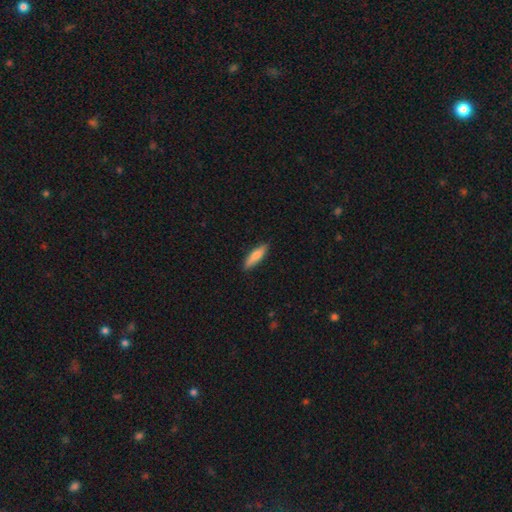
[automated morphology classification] type=smooth (80%); roundness=cigar-shaped (65%); merging=none (88%).